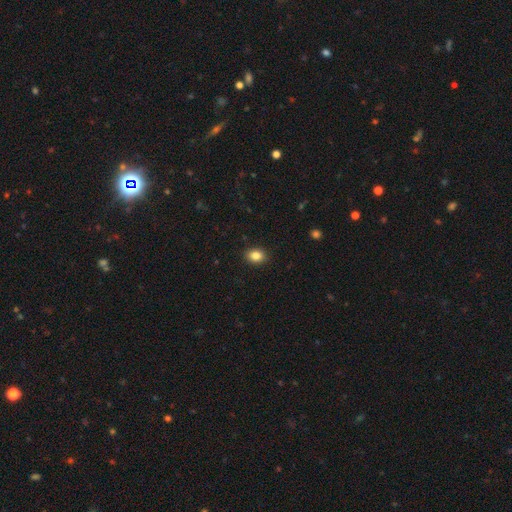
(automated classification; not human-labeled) This appears to be a smooth galaxy with no disk features (85%) that is in between round and cigar-shaped (63%). Merging: none (91%).